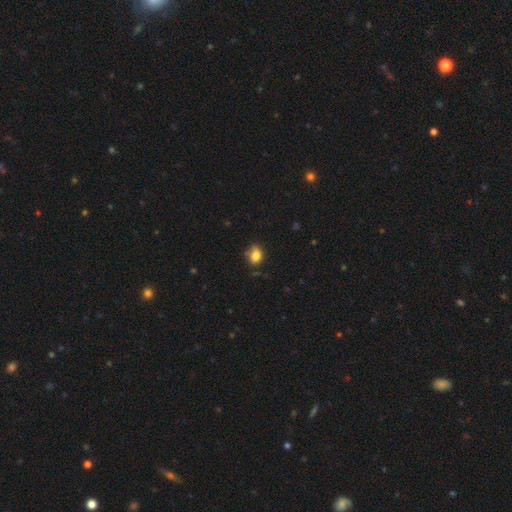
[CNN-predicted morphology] Smooth or featured?
  - smooth: 81% *
  - star or artifact: 11%
  - featured or disk: 8%
How rounded?
  - in between: 50% *
  - round: 49%
  - cigar-shaped: 1%
Merging?
  - none: 57% *
  - minor disturbance: 30%
  - major disturbance: 8%
  - merger: 5%